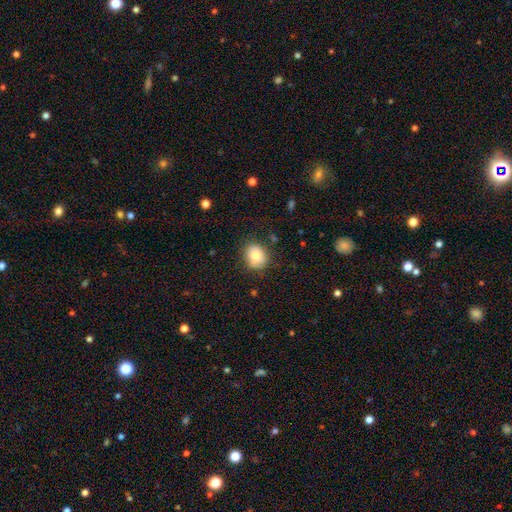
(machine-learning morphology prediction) Smooth or featured? Predicted: smooth (p=0.80). How rounded? Predicted: round (p=0.60). Merging? Predicted: none (p=0.78).